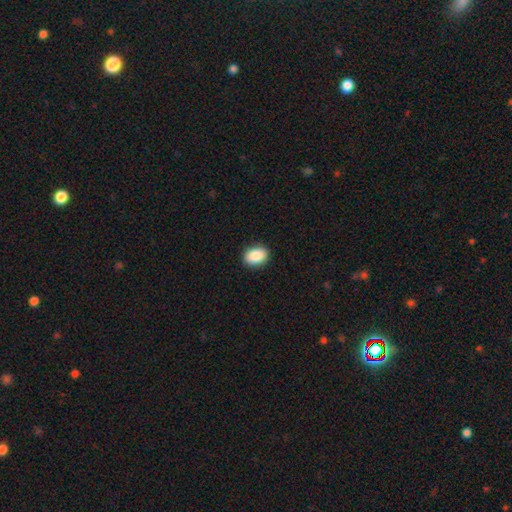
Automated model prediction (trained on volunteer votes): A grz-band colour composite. It shows a smooth galaxy with no disk features (89%) that is in between round and cigar-shaped (75%). Merging: none (90%).